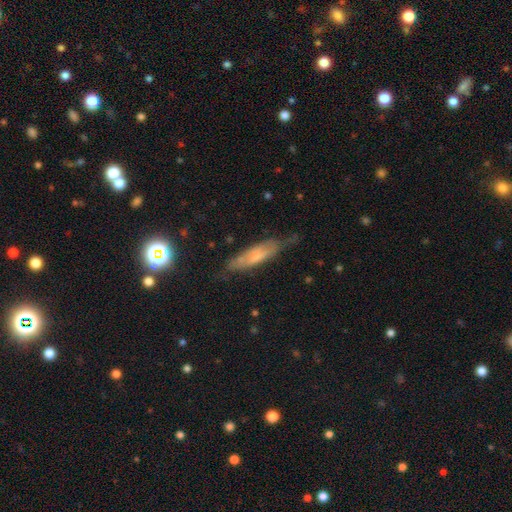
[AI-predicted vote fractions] Morphology: type=smooth (50%); merging=none (63%).